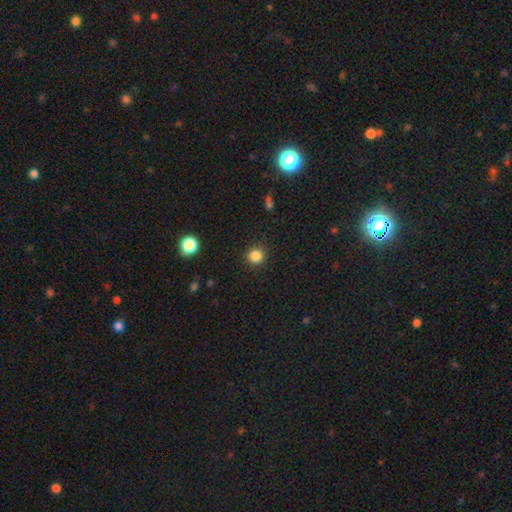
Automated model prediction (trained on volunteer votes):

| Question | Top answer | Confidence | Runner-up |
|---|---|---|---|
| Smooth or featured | smooth | 84% | star or artifact (12%) |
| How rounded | round | 93% | in between (6%) |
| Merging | none | 91% | minor disturbance (6%) |